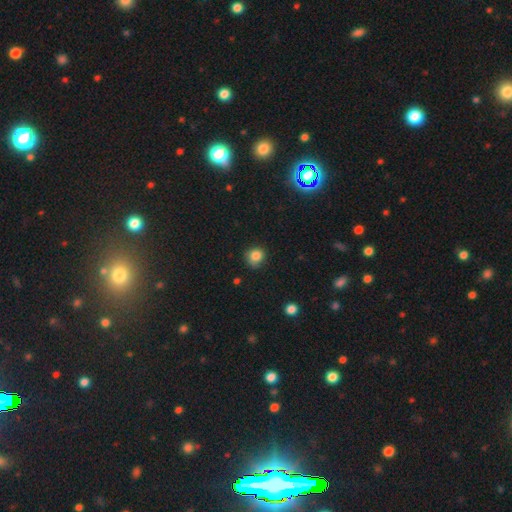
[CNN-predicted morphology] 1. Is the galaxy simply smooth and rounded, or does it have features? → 82% smooth, 11% star or artifact, 6% featured or disk.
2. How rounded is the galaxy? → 82% round, 17% in between, 1% cigar-shaped.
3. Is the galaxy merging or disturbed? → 71% none, 23% minor disturbance, 5% major disturbance, 2% merger.